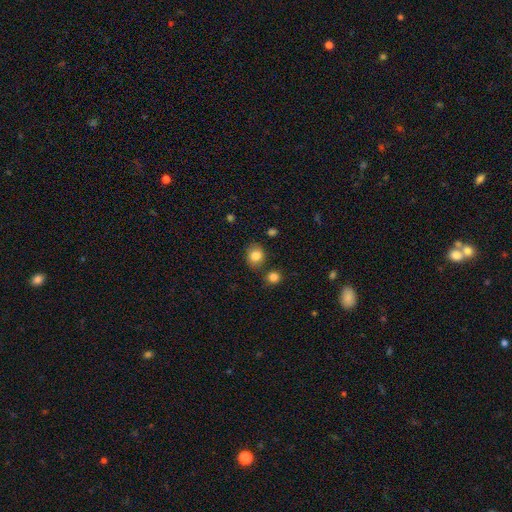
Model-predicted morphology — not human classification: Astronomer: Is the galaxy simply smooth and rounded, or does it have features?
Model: smooth — 84%.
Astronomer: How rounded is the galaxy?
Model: round — 71%.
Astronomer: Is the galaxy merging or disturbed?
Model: none — 77%.